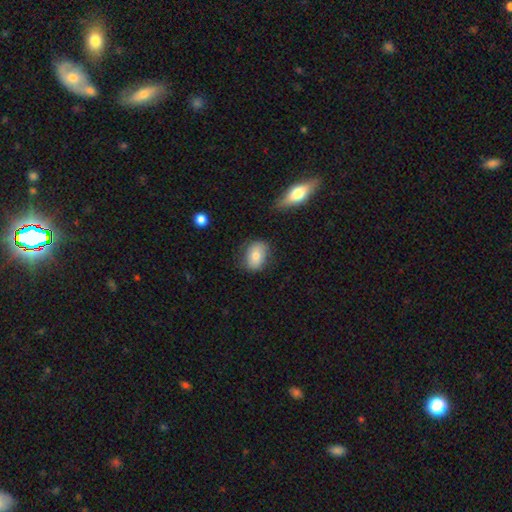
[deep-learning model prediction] A smooth galaxy with no disk features (76%) that is in between round and cigar-shaped (74%).

Vote fractions:
- Smooth or featured? smooth: 76% / featured or disk: 16% / star or artifact: 8%
- How rounded? in between: 74% / round: 25% / cigar-shaped: 1%
- Merging? none: 72% / minor disturbance: 20% / major disturbance: 5% / merger: 3%